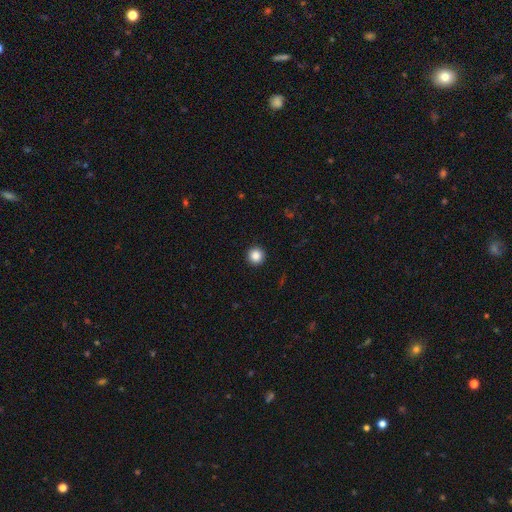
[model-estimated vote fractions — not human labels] smooth 87%, star or artifact 10%, featured or disk 3%. Down the decision tree: how rounded — round (96%); merging — none (93%).